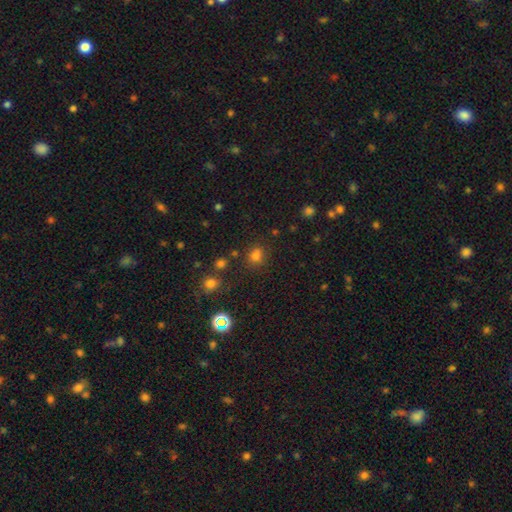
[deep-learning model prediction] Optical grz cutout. It shows a smooth galaxy with no disk features (74%) that is round (74%). Merging: none (77%).